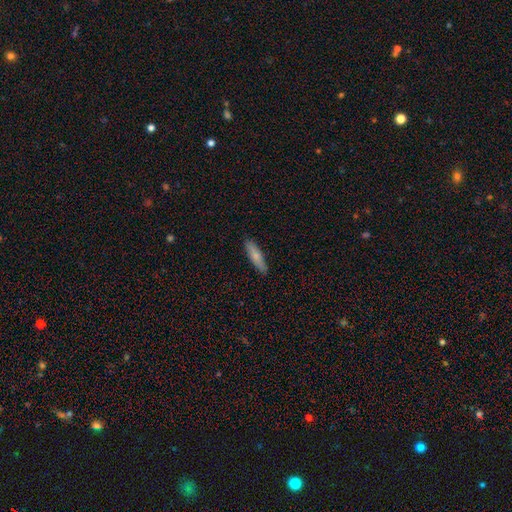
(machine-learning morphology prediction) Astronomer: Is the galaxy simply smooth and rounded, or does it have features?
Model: smooth — 76%.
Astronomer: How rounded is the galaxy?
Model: cigar-shaped — 72%.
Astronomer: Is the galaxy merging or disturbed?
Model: none — 89%.